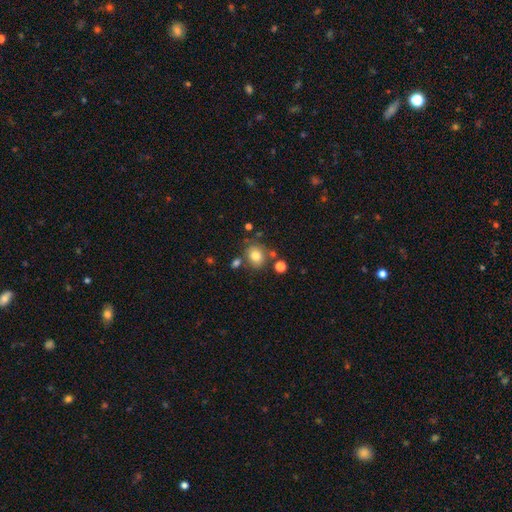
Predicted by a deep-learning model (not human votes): Q: Smooth or featured?
A: smooth (78%); runner-up: star or artifact (11%)
Q: How rounded?
A: round (63%); runner-up: in between (36%)
Q: Merging?
A: none (70%); runner-up: minor disturbance (14%)